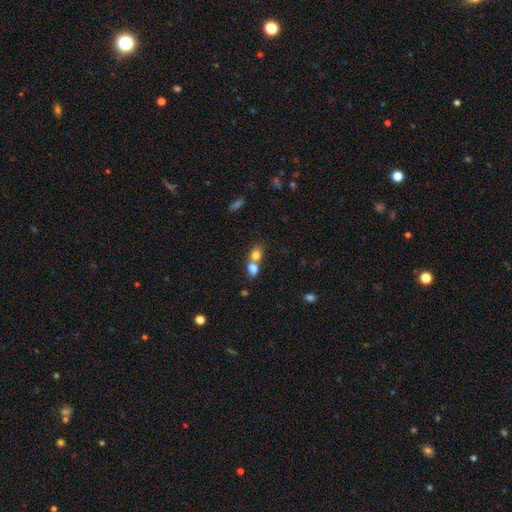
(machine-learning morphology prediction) Q: Smooth or featured?
A: smooth (78%); runner-up: featured or disk (11%)
Q: How rounded?
A: in between (57%); runner-up: round (41%)
Q: Merging?
A: merger (61%); runner-up: none (29%)